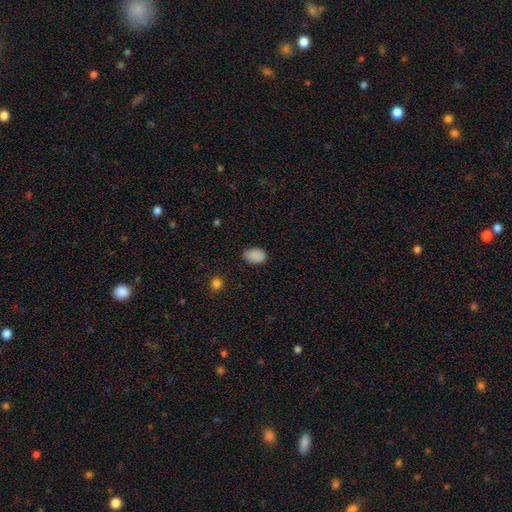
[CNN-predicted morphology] type=smooth (88%); roundness=in between (84%); merging=none (79%).